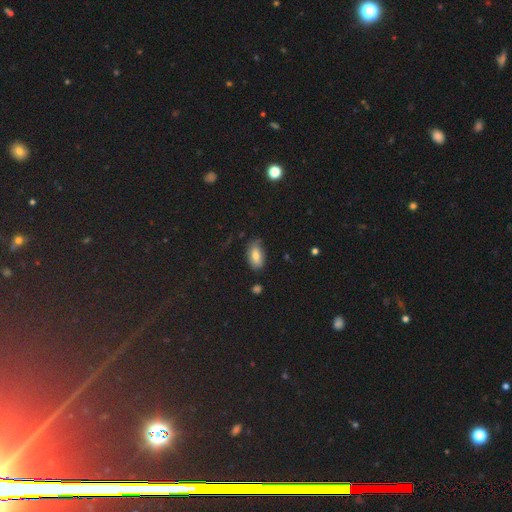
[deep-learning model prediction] smooth 75%, featured or disk 14%, star or artifact 11%. Down the decision tree: how rounded — in between (92%); merging — none (72%).